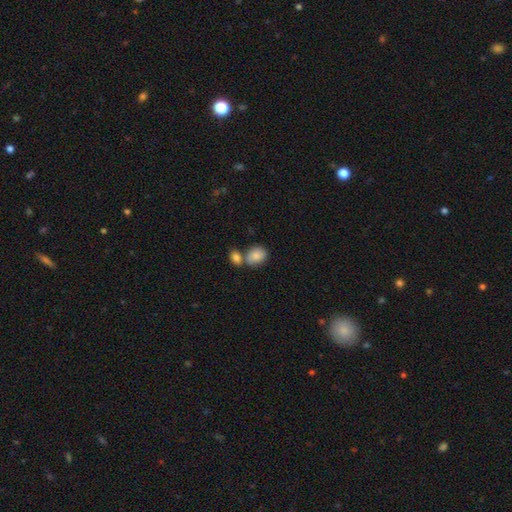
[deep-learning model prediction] Overall: smooth (85%). How rounded: in between (56%; round 43%). Merging: none (44%; merger 41%).